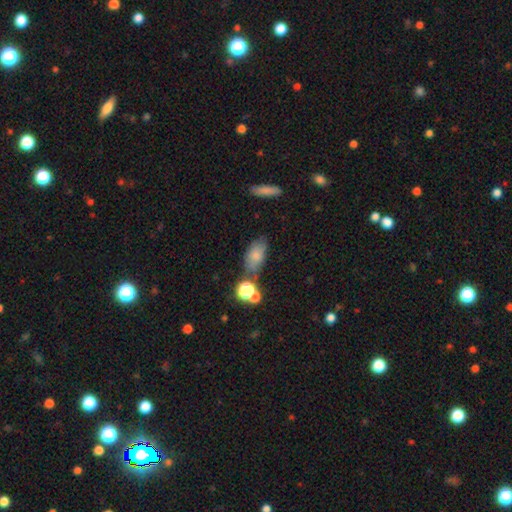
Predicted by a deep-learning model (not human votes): This appears to be a smooth galaxy with no disk features (72%) that is in between round and cigar-shaped (86%). Merging: none (57%).